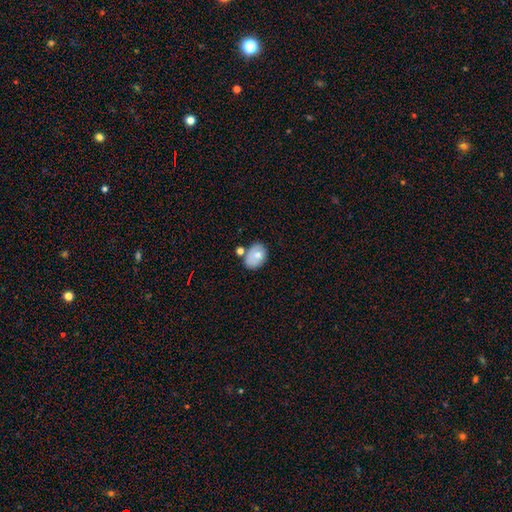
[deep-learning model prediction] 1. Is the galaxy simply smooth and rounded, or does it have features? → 74% smooth, 19% featured or disk, 8% star or artifact.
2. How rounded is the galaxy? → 76% in between, 23% round, 1% cigar-shaped.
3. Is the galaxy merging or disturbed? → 58% none, 22% minor disturbance, 14% merger, 6% major disturbance.